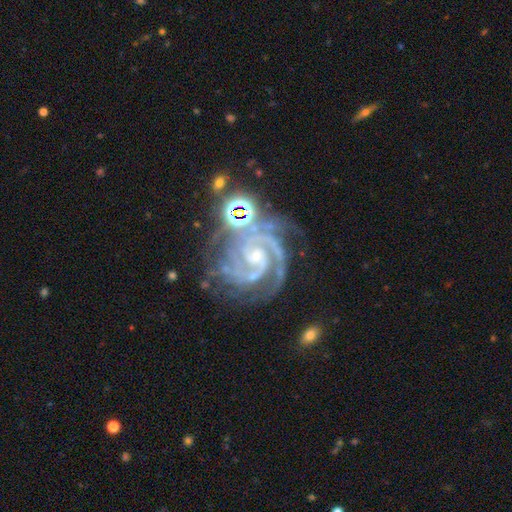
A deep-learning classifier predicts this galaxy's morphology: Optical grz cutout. It shows a featured or disk galaxy (91%) with no bar (57%), 2 (38%) tight (69%) spiral arms (99%) and a small central bulge (75%). Merging: none (61%).